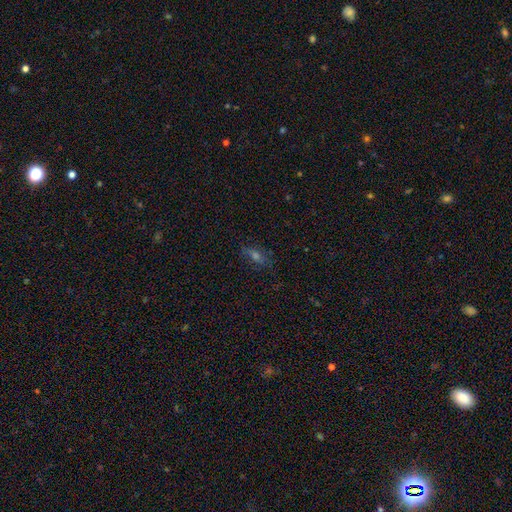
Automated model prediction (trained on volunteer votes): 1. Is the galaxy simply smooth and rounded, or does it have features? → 40% smooth, 30% featured or disk, 29% star or artifact.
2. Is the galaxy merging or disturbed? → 75% none, 17% minor disturbance, 7% major disturbance, 2% merger.